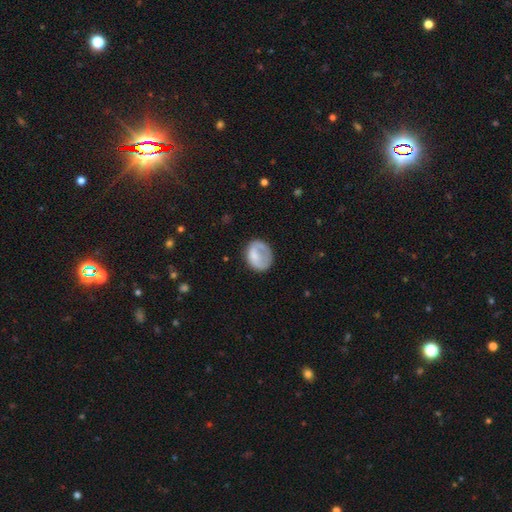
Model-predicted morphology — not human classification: smooth-or-featured: smooth: 66% | featured or disk: 27% | star or artifact: 7%
  how-rounded: round: 56% | in between: 43% | cigar-shaped: 1%
  merging: none: 49% | minor disturbance: 27% | major disturbance: 22% | merger: 2%